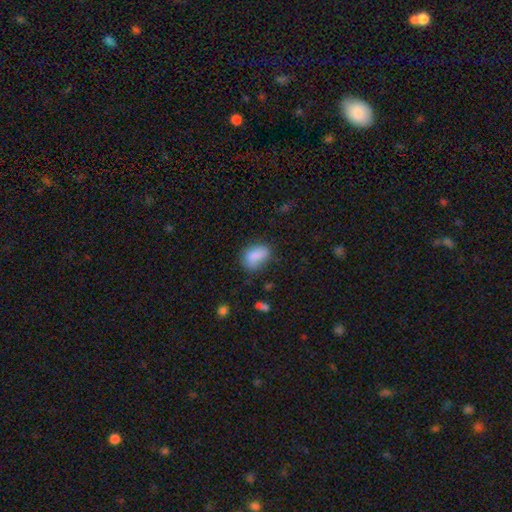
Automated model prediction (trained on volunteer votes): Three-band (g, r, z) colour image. It shows a smooth galaxy with no disk features (84%) that is in between round and cigar-shaped (83%). Merging: none (61%).